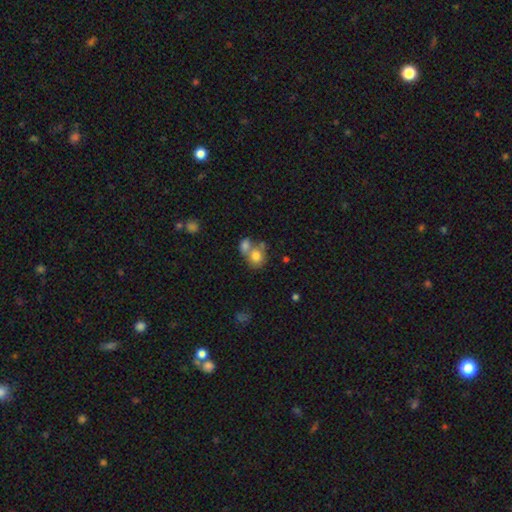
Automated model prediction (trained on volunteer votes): Smooth or featured?
  - smooth: 76% *
  - featured or disk: 14%
  - star or artifact: 10%
How rounded?
  - round: 68% *
  - in between: 31%
  - cigar-shaped: 1%
Merging?
  - merger: 52% *
  - none: 35%
  - minor disturbance: 9%
  - major disturbance: 4%